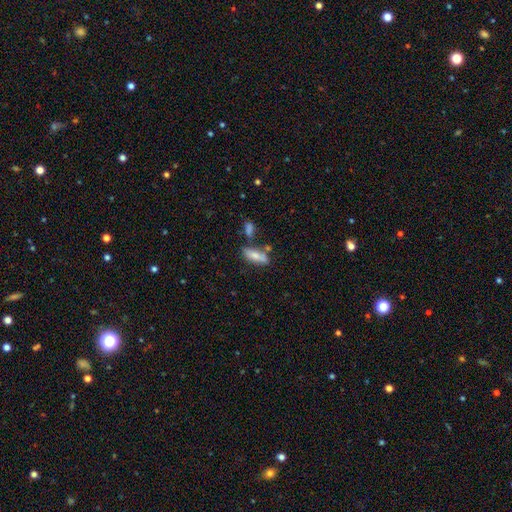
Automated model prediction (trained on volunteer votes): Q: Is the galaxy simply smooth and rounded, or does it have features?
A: smooth — 71%.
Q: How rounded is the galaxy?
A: in between — 57%.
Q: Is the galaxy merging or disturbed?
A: none — 62%.